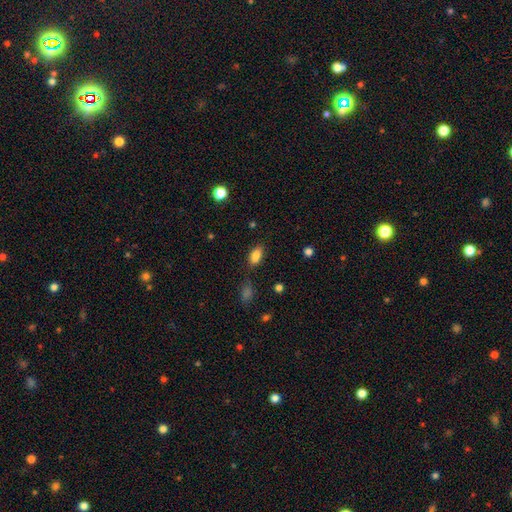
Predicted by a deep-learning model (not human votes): Smooth or featured? Predicted: smooth (p=0.83). How rounded? Predicted: in between (p=0.88). Merging? Predicted: none (p=0.72).